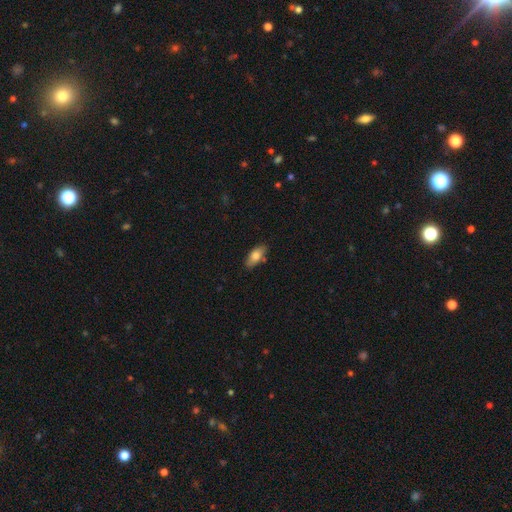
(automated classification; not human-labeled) Smooth or featured? smooth (78%)
How rounded? in between (85%)
Merging? none (81%)